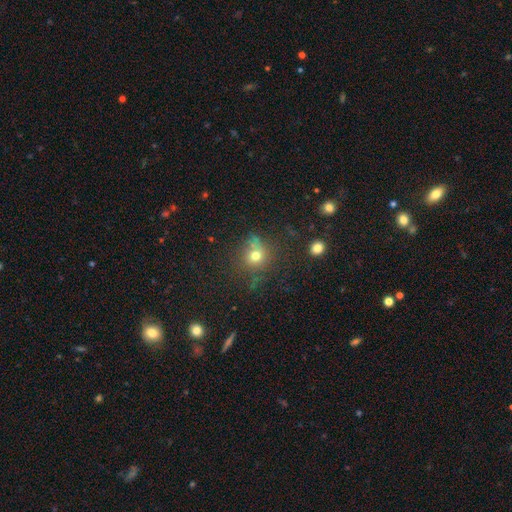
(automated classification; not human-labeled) This is likely a smooth galaxy (72%). How rounded: clearly round (85%). Merging: likely none (71%).